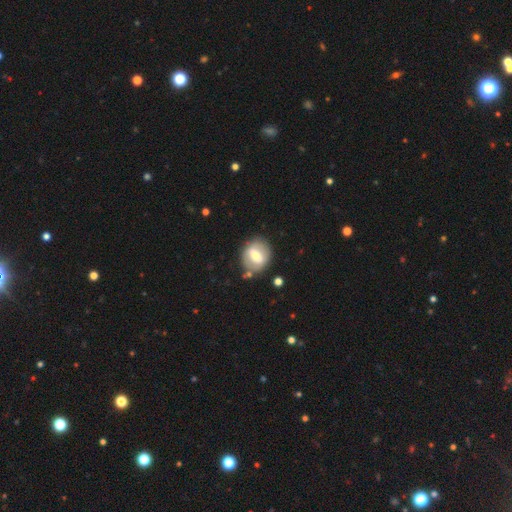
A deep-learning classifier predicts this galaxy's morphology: The model was most divided on "smooth or featured": smooth: 51%, featured or disk: 42%, star or artifact: 7%. More confident: merging — none (74%); how rounded — round (62%).